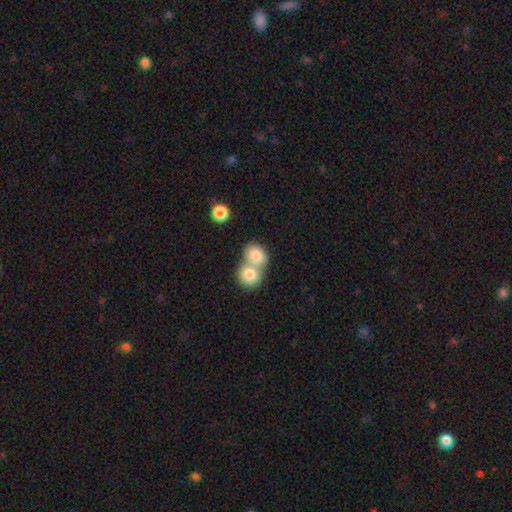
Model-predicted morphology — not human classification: Smooth or featured? smooth (81%)
How rounded? round (60%)
Merging? merger (67%)